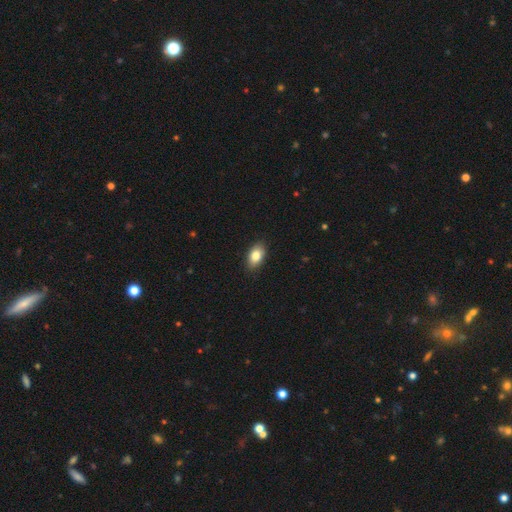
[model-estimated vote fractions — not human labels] Overall: smooth (84%). How rounded: in between (90%). Merging: none (88%).